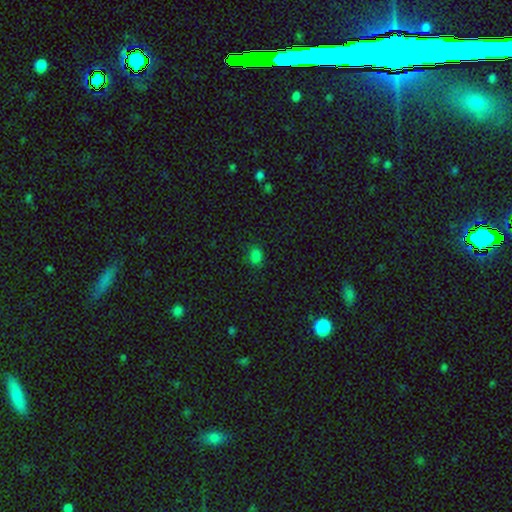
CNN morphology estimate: A smooth galaxy with no disk features (78%) that is in between round and cigar-shaped (64%).

Vote fractions:
- Smooth or featured? smooth: 78% / star or artifact: 18% / featured or disk: 4%
- How rounded? in between: 64% / round: 34% / cigar-shaped: 1%
- Merging? none: 81% / minor disturbance: 14% / major disturbance: 4% / merger: 2%